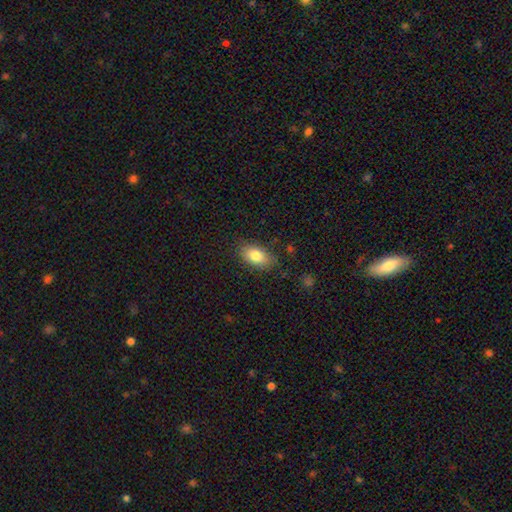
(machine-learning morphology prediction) Q: Smooth or featured?
A: smooth (81%); runner-up: featured or disk (11%)
Q: How rounded?
A: in between (90%); runner-up: round (7%)
Q: Merging?
A: none (83%); runner-up: minor disturbance (13%)